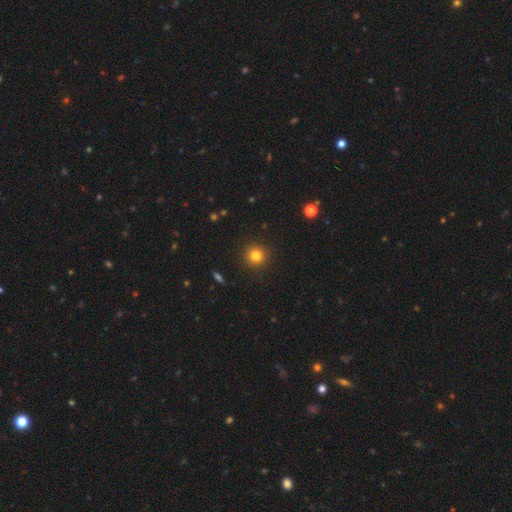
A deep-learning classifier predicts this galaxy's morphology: Smooth or featured?
  - smooth: 83% *
  - star or artifact: 12%
  - featured or disk: 6%
How rounded?
  - round: 93% *
  - in between: 6%
  - cigar-shaped: 1%
Merging?
  - none: 92% *
  - minor disturbance: 5%
  - major disturbance: 2%
  - merger: 1%